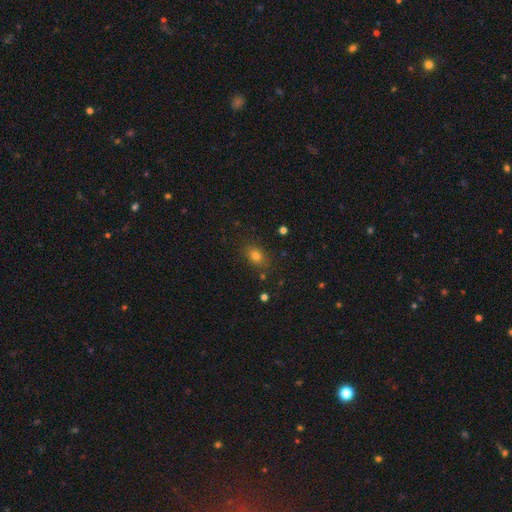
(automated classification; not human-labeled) Smooth or featured? smooth (77%)
How rounded? in between (68%)
Merging? none (82%)